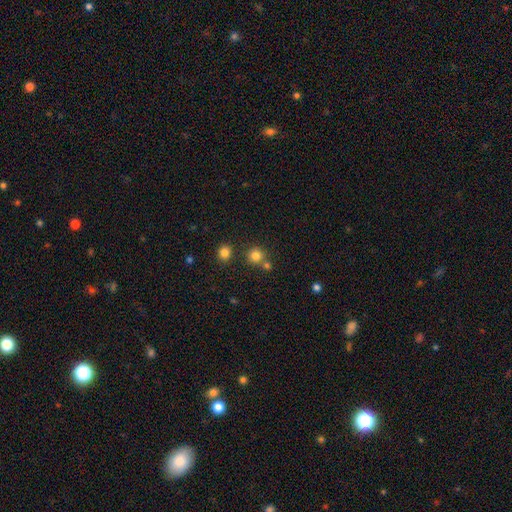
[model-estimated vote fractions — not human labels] Smooth or featured? smooth (80%)
How rounded? round (91%)
Merging? none (71%)